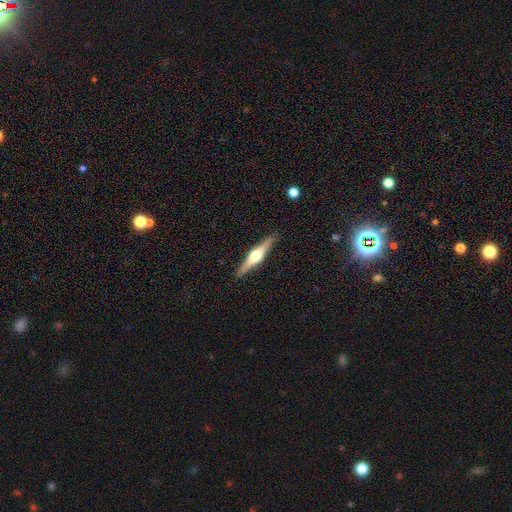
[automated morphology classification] featured or disk 74%, smooth 21%, star or artifact 5%. Down the decision tree: edge-on disk — yes (98%); edge-on bulge — rounded (93%); merging — none (91%).